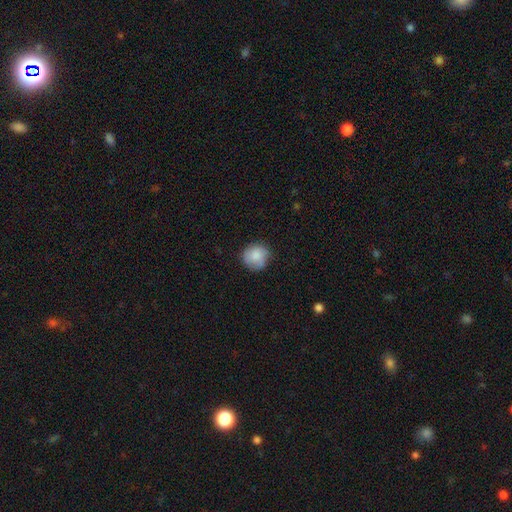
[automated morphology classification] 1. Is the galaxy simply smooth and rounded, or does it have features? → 77% smooth, 16% featured or disk, 7% star or artifact.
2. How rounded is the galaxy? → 89% round, 10% in between, 1% cigar-shaped.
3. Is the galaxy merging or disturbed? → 76% none, 18% minor disturbance, 5% major disturbance, 1% merger.